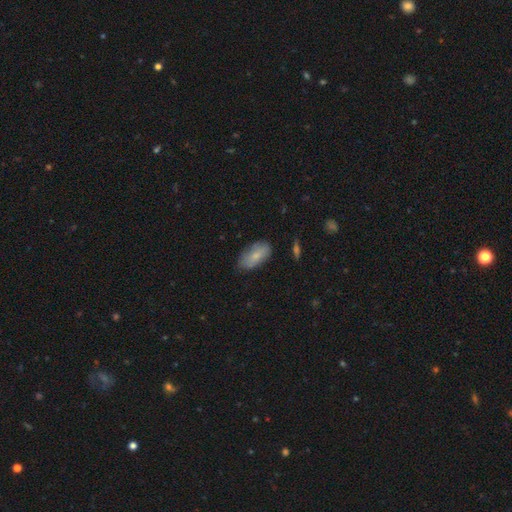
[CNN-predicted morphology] Smooth or featured: smooth — 74% (featured or disk — 19%)
How rounded: in between — 91% (cigar-shaped — 5%)
Merging: none — 74% (minor disturbance — 20%)